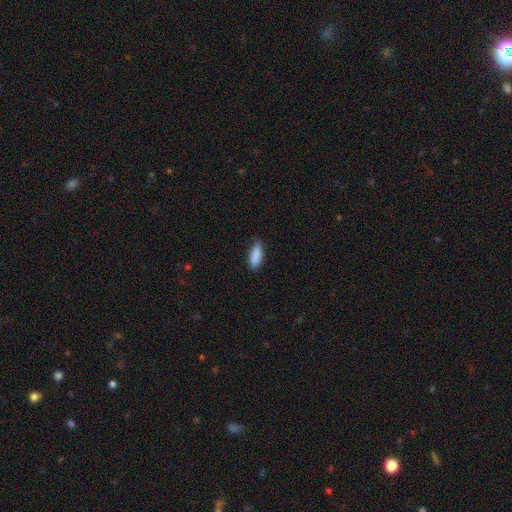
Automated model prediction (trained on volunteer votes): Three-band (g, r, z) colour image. It shows a smooth galaxy with no disk features (89%) that is in between round and cigar-shaped (64%). Merging: none (74%).